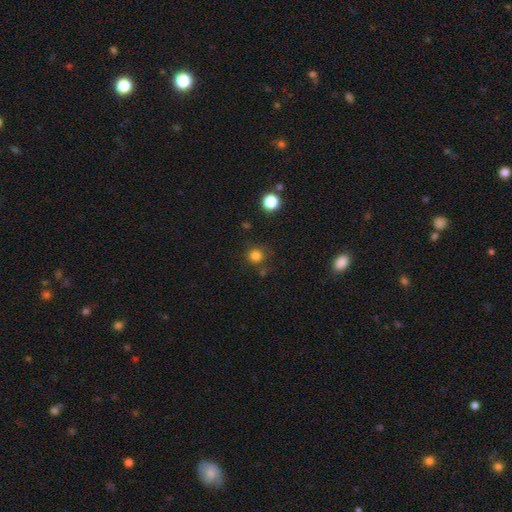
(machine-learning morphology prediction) A smooth galaxy with no disk features (80%) that is round (92%). Merging: none (79%).